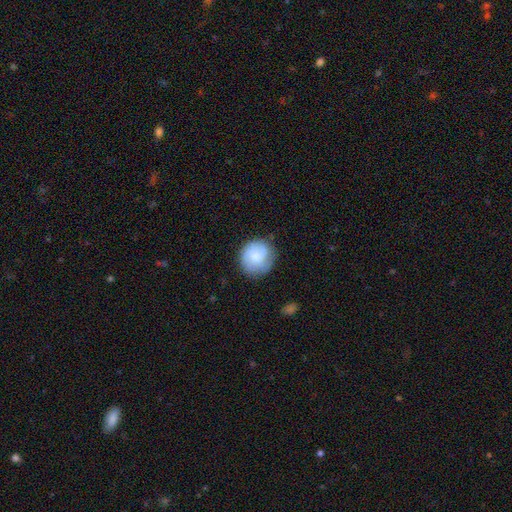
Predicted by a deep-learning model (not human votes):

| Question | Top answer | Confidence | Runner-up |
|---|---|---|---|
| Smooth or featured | smooth | 64% | featured or disk (29%) |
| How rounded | round | 86% | in between (13%) |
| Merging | none | 72% | minor disturbance (20%) |